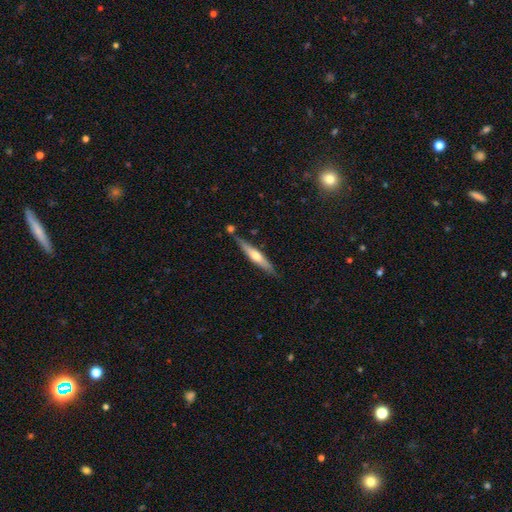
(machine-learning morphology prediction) This is possibly a featured or disk galaxy (54%). It is clearly viewed edge-on (94%). Edge-on bulge: clearly rounded (84%). Merging: likely none (76%).